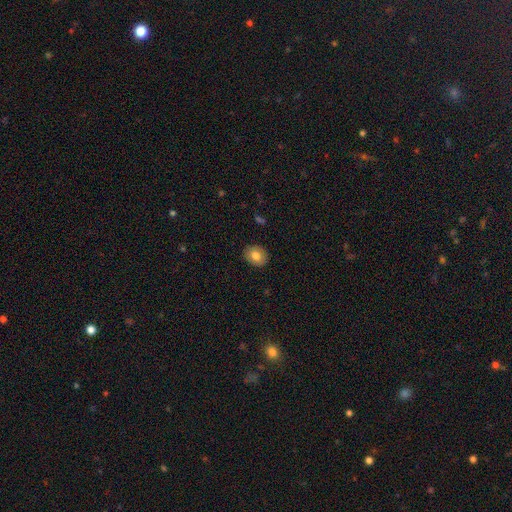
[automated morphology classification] The model was most divided on "how rounded": in between: 52%, round: 48%, cigar-shaped: 1%. More confident: merging — none (88%); smooth or featured — smooth (79%).